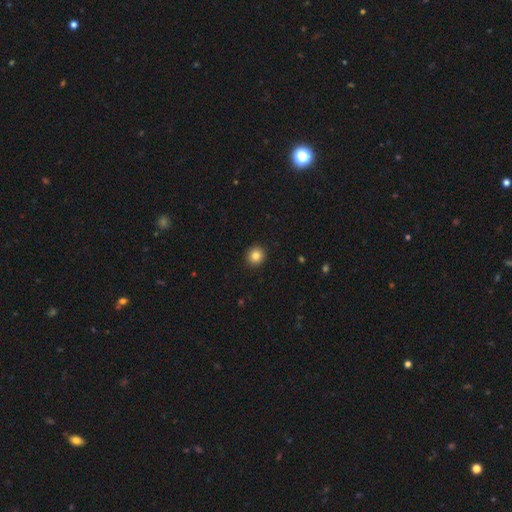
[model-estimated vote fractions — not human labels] A smooth galaxy with no disk features (84%) that is round (91%). Merging: none (93%).